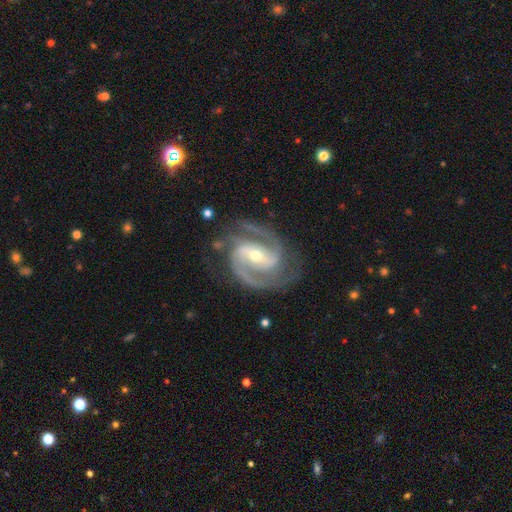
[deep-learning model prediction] Morphology: type=featured or disk (93%); edge-on=no (98%); bar=strong (42%); spiral arms=yes (99%); winding=medium (55%); arm count=2 (75%); bulge=moderate (52%); merging=none (75%).